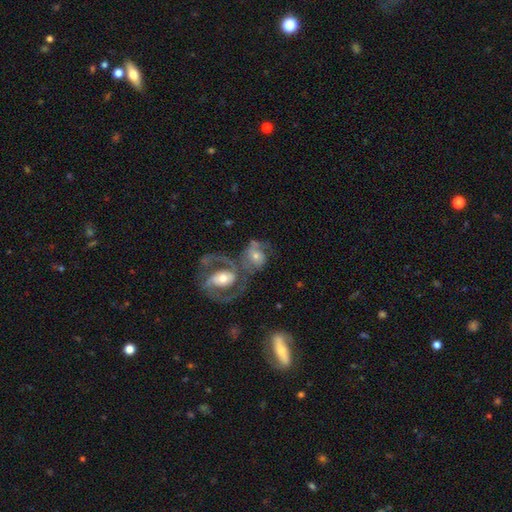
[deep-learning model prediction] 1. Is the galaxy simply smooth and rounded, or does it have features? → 73% featured or disk, 20% smooth, 7% star or artifact.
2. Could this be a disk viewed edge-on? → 96% no, 4% yes.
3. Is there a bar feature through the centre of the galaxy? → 53% no, 32% weak, 15% strong.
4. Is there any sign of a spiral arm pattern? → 88% yes, 12% no.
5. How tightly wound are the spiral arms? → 53% medium, 26% tight, 21% loose.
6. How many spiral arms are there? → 80% 2, 8% can't tell, 7% 1, 3% 3, 1% 4, 1% more than 4.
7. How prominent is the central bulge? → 59% moderate, 30% small, 7% large, 2% none, 1% dominant.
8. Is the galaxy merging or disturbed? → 53% merger, 27% none, 10% minor disturbance, 9% major disturbance.